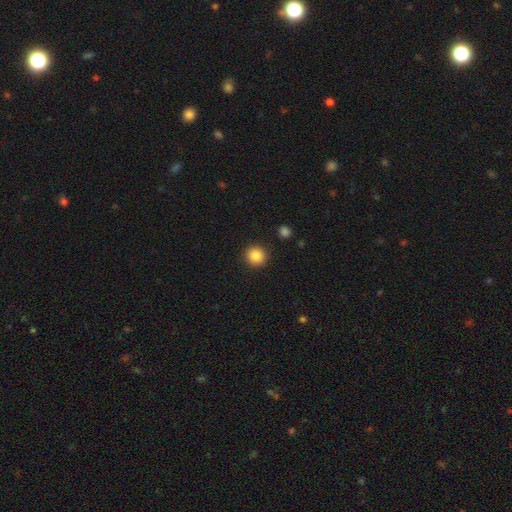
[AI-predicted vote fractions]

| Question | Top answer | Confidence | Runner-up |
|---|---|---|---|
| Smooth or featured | smooth | 85% | star or artifact (10%) |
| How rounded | round | 92% | in between (7%) |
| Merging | none | 92% | minor disturbance (5%) |